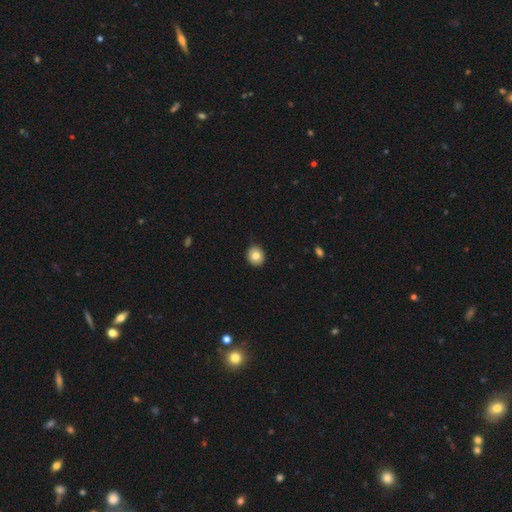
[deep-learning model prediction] This appears to be a smooth galaxy with no disk features (81%) that is round (80%). Merging: none (89%).